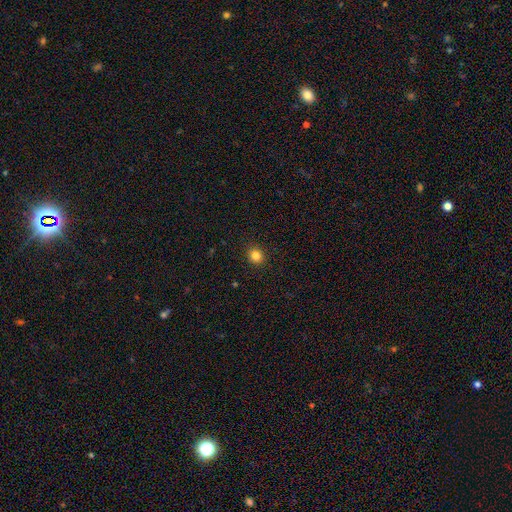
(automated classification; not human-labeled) Overall: smooth (84%). How rounded: round (87%). Merging: none (92%).